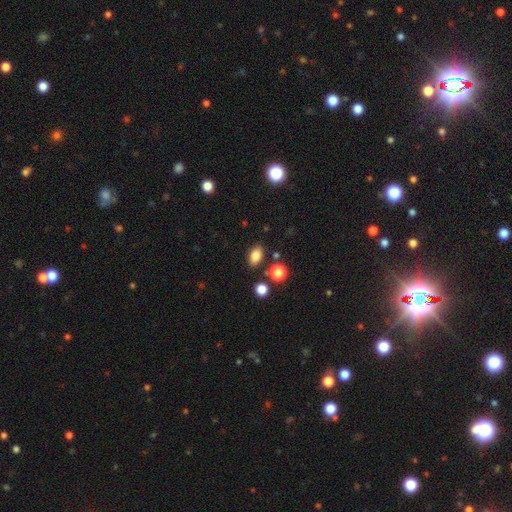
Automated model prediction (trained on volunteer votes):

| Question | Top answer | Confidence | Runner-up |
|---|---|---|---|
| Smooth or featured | smooth | 82% | star or artifact (11%) |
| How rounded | in between | 83% | round (16%) |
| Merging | none | 82% | minor disturbance (10%) |